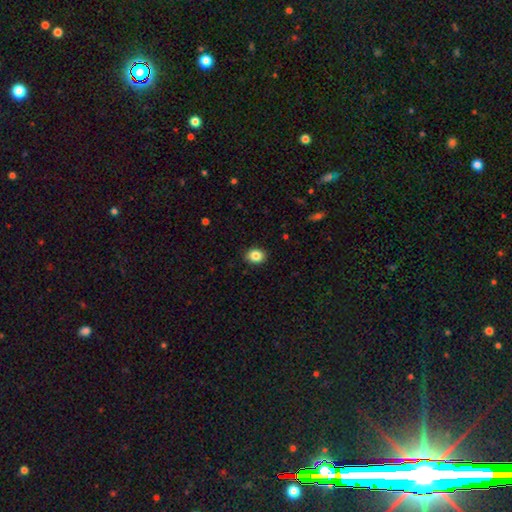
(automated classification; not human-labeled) Smooth or featured? smooth (85%)
How rounded? in between (50%)
Merging? none (89%)